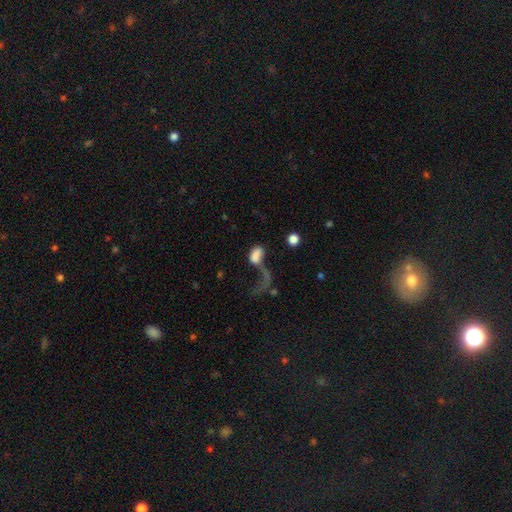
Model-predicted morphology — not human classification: This appears to be a smooth galaxy with no disk features (60%) that is in between round and cigar-shaped (81%). Merging: major disturbance (57%).